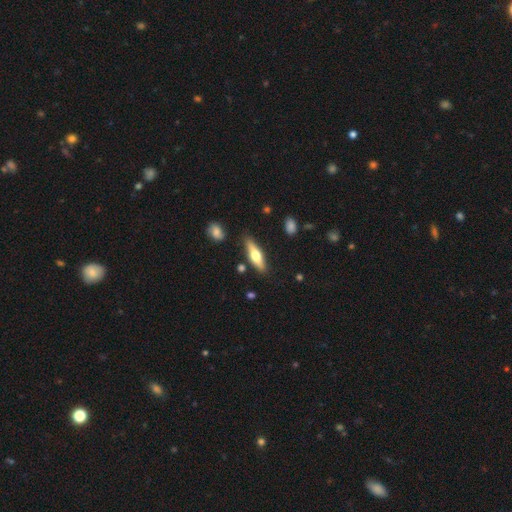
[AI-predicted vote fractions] Morphology: type=smooth (50%); merging=none (82%).